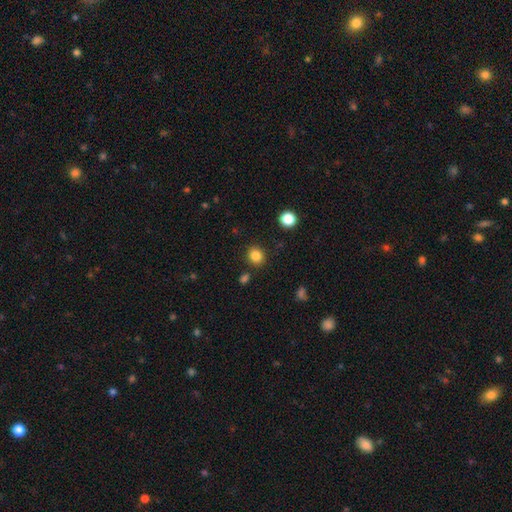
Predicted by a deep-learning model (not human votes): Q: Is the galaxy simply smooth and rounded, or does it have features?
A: smooth — 85%.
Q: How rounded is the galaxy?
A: round — 73%.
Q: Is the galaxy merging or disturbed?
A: none — 86%.